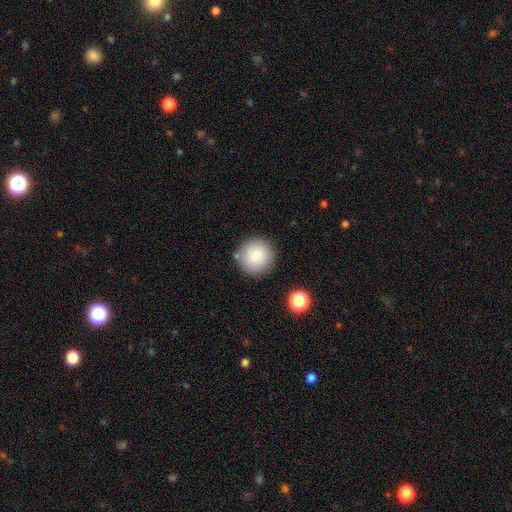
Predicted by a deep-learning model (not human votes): This is clearly a smooth galaxy (85%). How rounded: clearly round (95%). Merging: clearly none (82%).